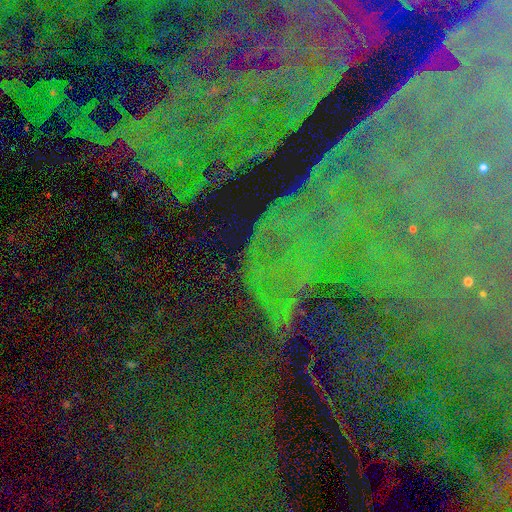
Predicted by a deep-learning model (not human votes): Overall: star or artifact (82%).